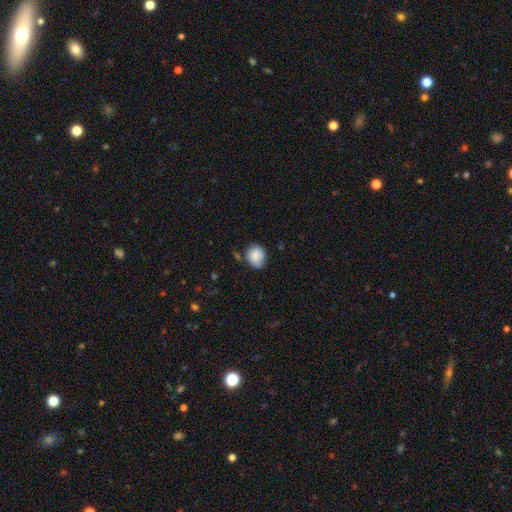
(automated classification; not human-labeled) A smooth galaxy with no disk features (85%) that is round (67%).

Vote fractions:
- Smooth or featured? smooth: 85% / star or artifact: 8% / featured or disk: 7%
- How rounded? round: 67% / in between: 32% / cigar-shaped: 1%
- Merging? none: 65% / minor disturbance: 25% / merger: 5% / major disturbance: 5%